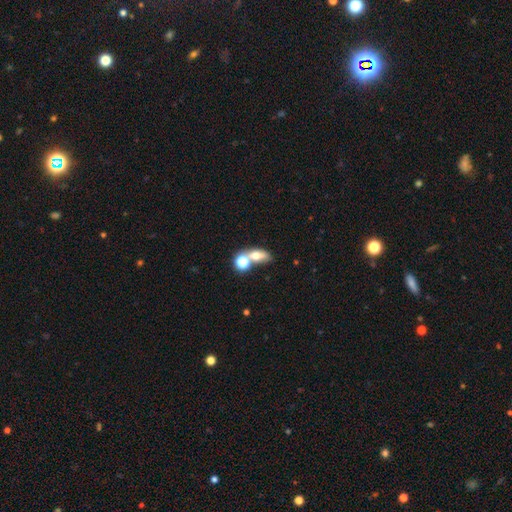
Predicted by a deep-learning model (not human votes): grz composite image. It shows a smooth galaxy with no disk features (63%) that is in between round and cigar-shaped (68%). Merging: merger (50%).